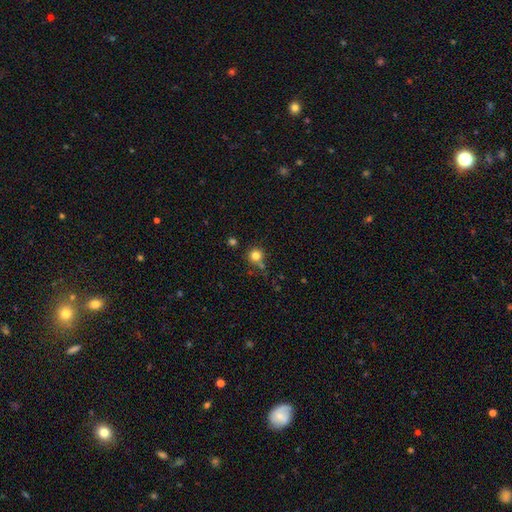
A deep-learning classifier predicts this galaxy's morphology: A smooth galaxy with no disk features (80%) that is round (92%).

Vote fractions:
- Smooth or featured? smooth: 80% / star or artifact: 13% / featured or disk: 7%
- How rounded? round: 92% / in between: 7% / cigar-shaped: 1%
- Merging? none: 70% / minor disturbance: 13% / merger: 11% / major disturbance: 5%